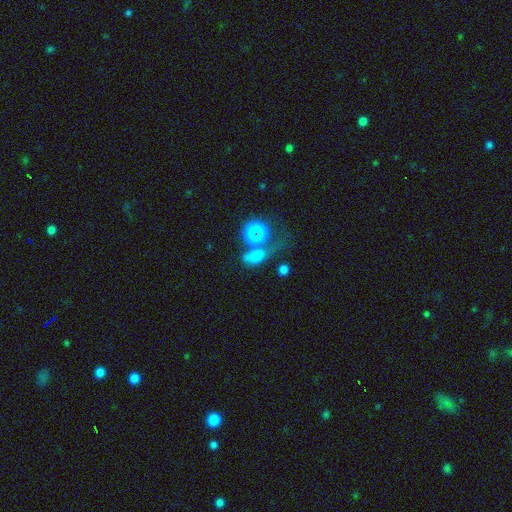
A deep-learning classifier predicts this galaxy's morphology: type=smooth (70%); roundness=in between (68%); merging=none (49%).